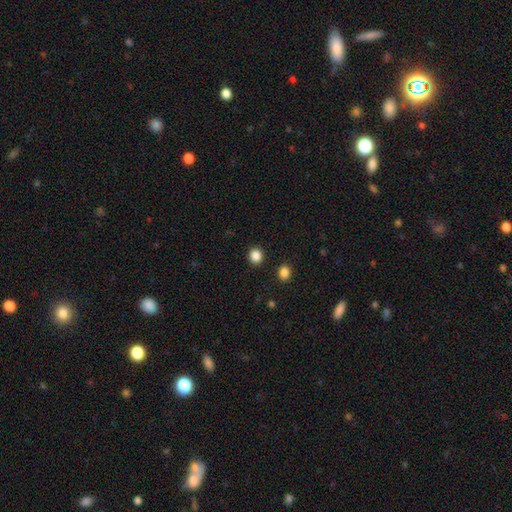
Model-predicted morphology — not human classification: Overall: smooth (86%). How rounded: round (82%). Merging: none (91%).